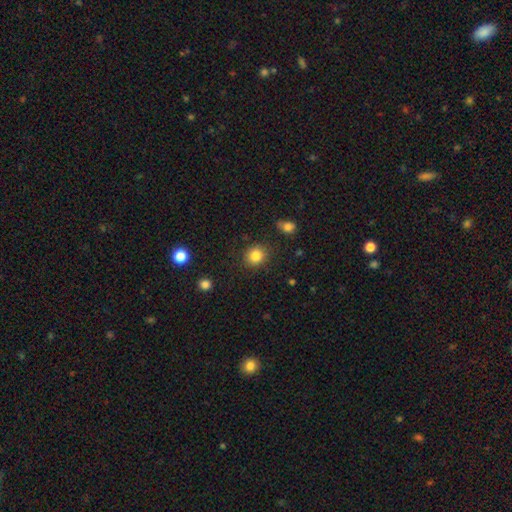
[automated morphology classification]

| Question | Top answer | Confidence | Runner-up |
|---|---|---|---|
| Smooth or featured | smooth | 84% | star or artifact (11%) |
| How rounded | round | 81% | in between (18%) |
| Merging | none | 85% | minor disturbance (10%) |